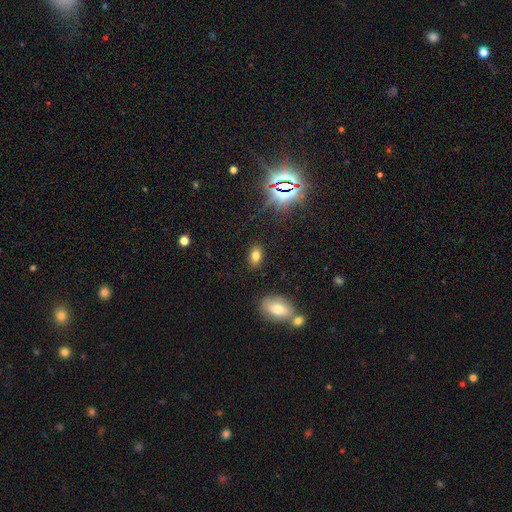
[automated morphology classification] A smooth galaxy with no disk features (73%) that is in between round and cigar-shaped (86%).

Vote fractions:
- Smooth or featured? smooth: 73% / star or artifact: 17% / featured or disk: 10%
- How rounded? in between: 86% / round: 11% / cigar-shaped: 3%
- Merging? none: 86% / minor disturbance: 9% / major disturbance: 3% / merger: 2%